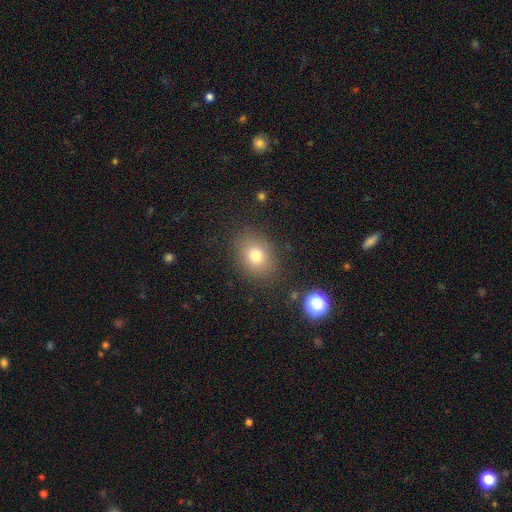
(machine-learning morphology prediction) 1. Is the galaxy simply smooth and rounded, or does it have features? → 76% smooth, 13% star or artifact, 11% featured or disk.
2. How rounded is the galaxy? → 52% in between, 47% round, 1% cigar-shaped.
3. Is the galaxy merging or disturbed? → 84% none, 10% minor disturbance, 4% major disturbance, 2% merger.